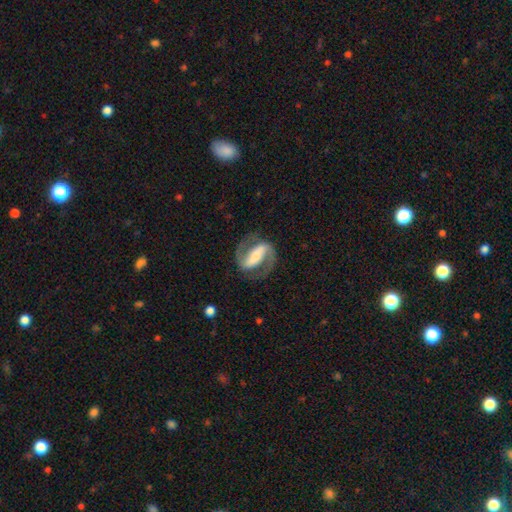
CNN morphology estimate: featured or disk 89%, smooth 7%, star or artifact 4%. Down the decision tree: edge-on disk — no (97%); bar — strong (69%); spiral arms — yes (96%); spiral arm count — 2 (93%); spiral winding — medium (55%); bulge size — small (39%); merging — none (80%).